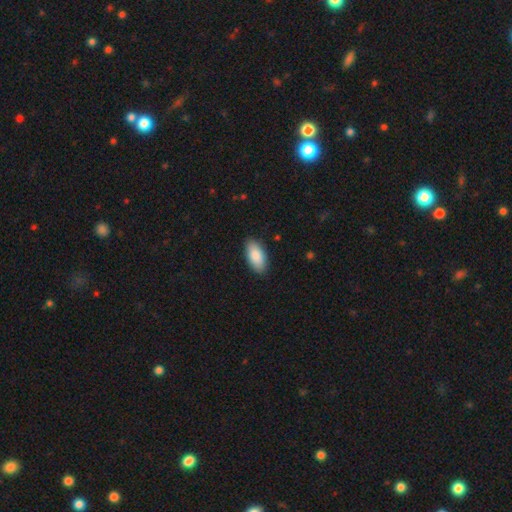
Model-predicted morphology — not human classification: Overall: smooth (88%). How rounded: in between (93%). Merging: none (88%).